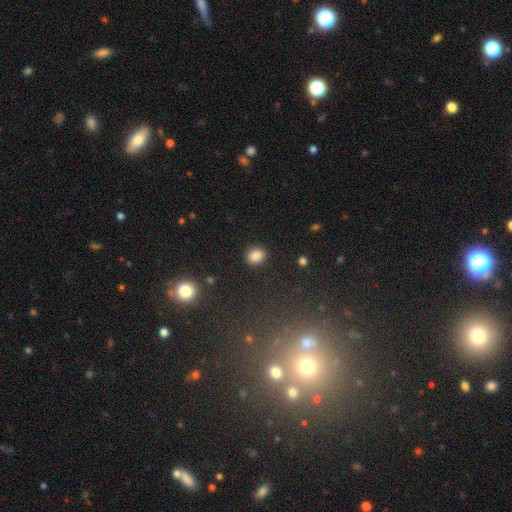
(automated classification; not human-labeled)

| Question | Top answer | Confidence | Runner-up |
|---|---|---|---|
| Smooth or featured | smooth | 85% | star or artifact (10%) |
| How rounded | round | 68% | in between (31%) |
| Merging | none | 90% | minor disturbance (7%) |